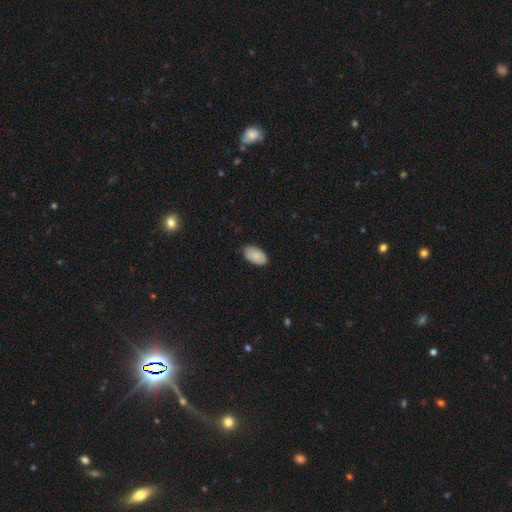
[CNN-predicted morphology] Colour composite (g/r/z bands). It shows a smooth galaxy with no disk features (84%) that is in between round and cigar-shaped (95%). Merging: none (79%).